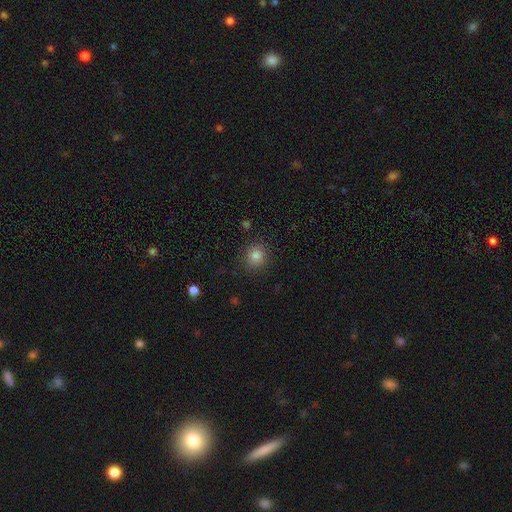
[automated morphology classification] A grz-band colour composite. It shows a smooth galaxy with no disk features (82%) that is round (86%). Merging: none (89%).